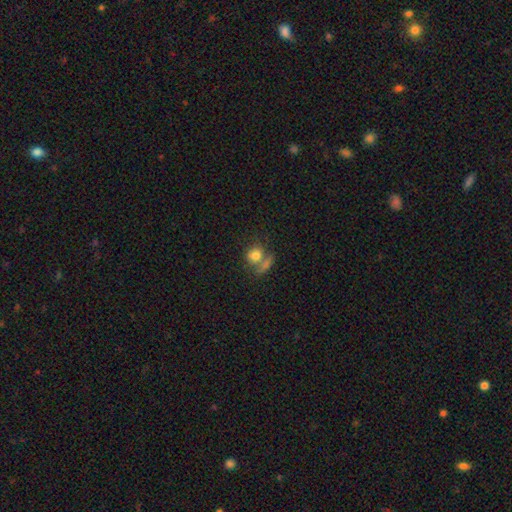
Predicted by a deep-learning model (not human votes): Overall: smooth (78%). How rounded: round (68%; in between 30%). Merging: none (43%; merger 38%).